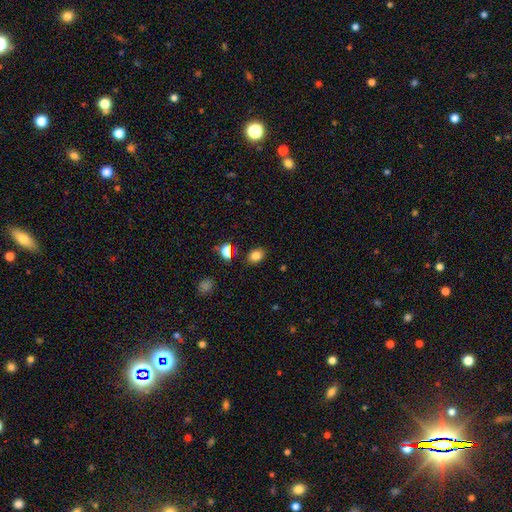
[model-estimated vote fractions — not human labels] A smooth galaxy with no disk features (79%) that is in between round and cigar-shaped (60%). Merging: none (84%).